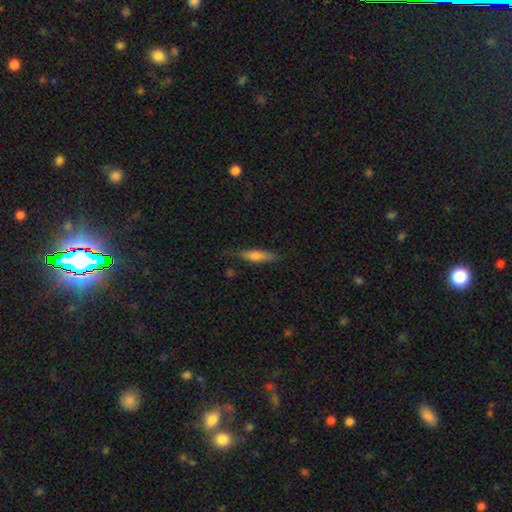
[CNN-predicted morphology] Smooth or featured: smooth — 64% (featured or disk — 30%)
How rounded: cigar-shaped — 75% (in between — 23%)
Merging: none — 74% (minor disturbance — 20%)